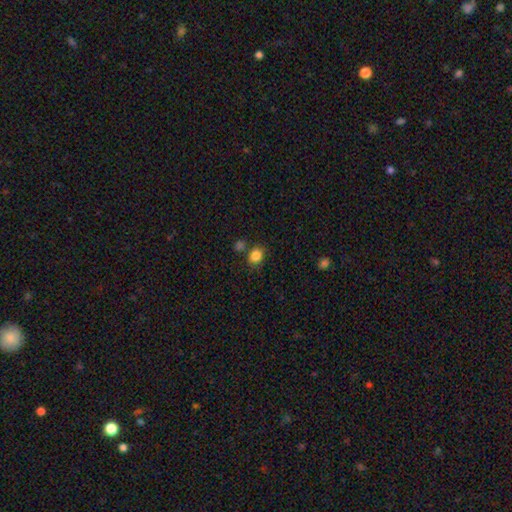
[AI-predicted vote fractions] This is clearly a smooth galaxy (85%). How rounded: likely round (63%). Merging: likely none (73%).